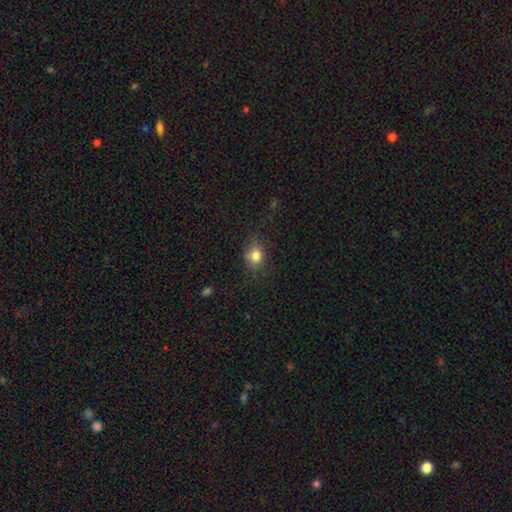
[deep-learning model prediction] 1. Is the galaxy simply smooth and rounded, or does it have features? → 81% smooth, 12% star or artifact, 7% featured or disk.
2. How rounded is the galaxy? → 59% round, 40% in between, 1% cigar-shaped.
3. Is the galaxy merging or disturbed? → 71% none, 21% minor disturbance, 7% major disturbance, 1% merger.